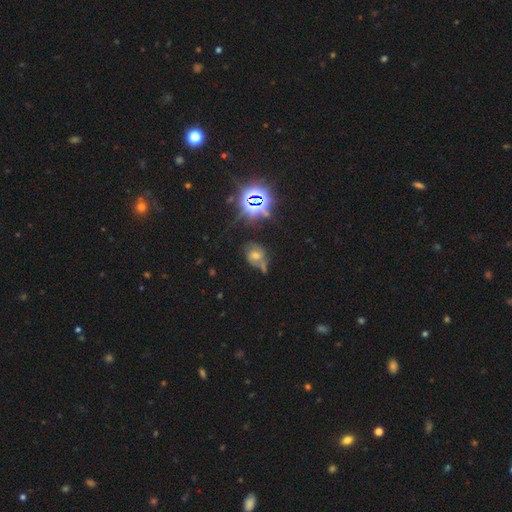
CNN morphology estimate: Smooth or featured? Predicted: star or artifact (p=0.48).